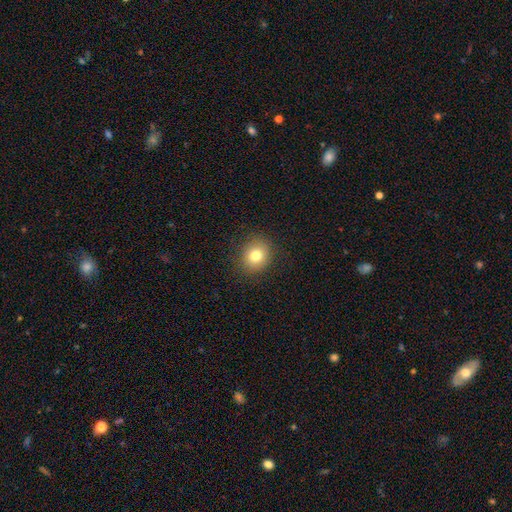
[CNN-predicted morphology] A smooth galaxy with no disk features (78%) that is round (77%). Merging: none (89%).